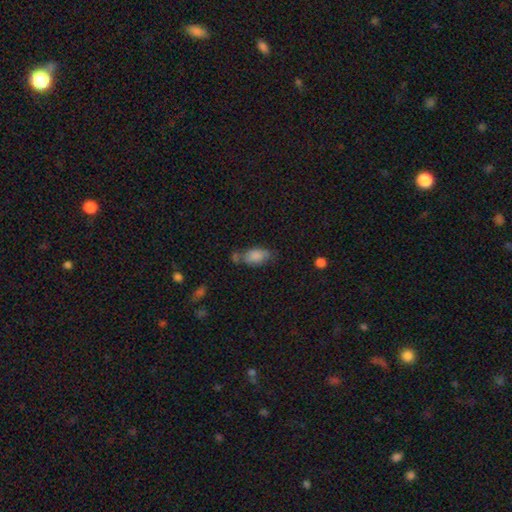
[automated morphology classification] Smooth or featured: smooth — 82% (featured or disk — 9%)
How rounded: in between — 91% (round — 5%)
Merging: none — 48% (minor disturbance — 27%)